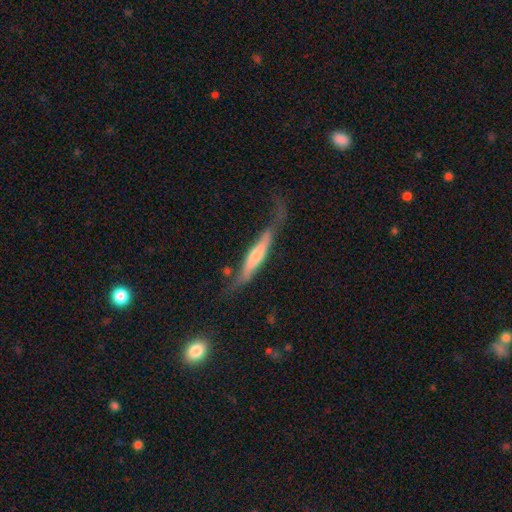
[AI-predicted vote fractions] A featured or disk galaxy (63%) viewed edge-on (83%) with a rounded central bulge (46%). Merging: none (45%).